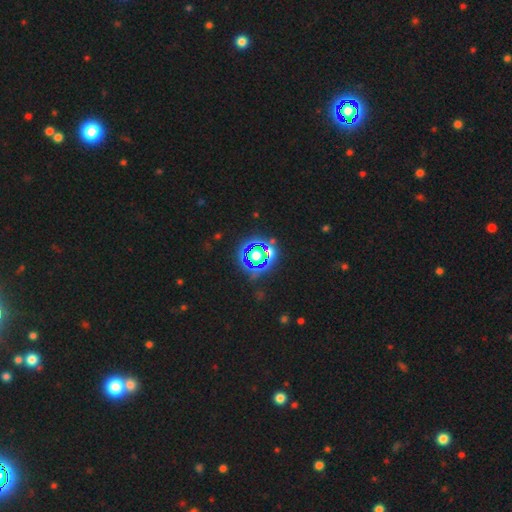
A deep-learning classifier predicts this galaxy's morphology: Smooth or featured: star or artifact — 63% (smooth — 23%)